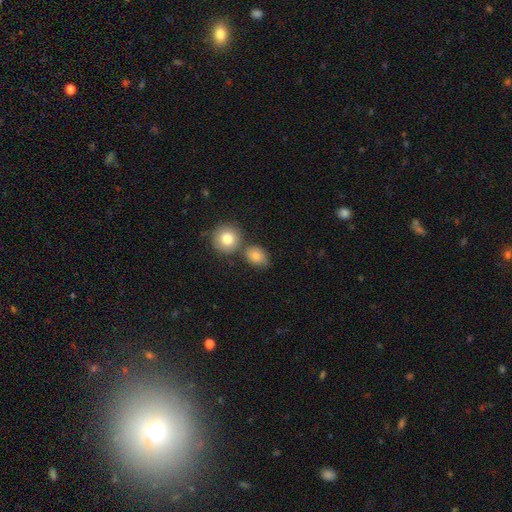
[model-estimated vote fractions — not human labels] Morphology: type=smooth (82%); roundness=in between (52%); merging=none (61%).